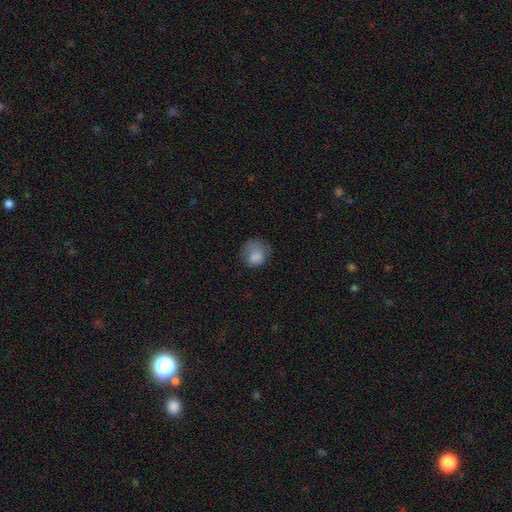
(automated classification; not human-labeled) A smooth galaxy with no disk features (81%) that is round (73%).

Vote fractions:
- Smooth or featured? smooth: 81% / featured or disk: 10% / star or artifact: 9%
- How rounded? round: 73% / in between: 26% / cigar-shaped: 1%
- Merging? none: 46% / minor disturbance: 29% / major disturbance: 23% / merger: 2%